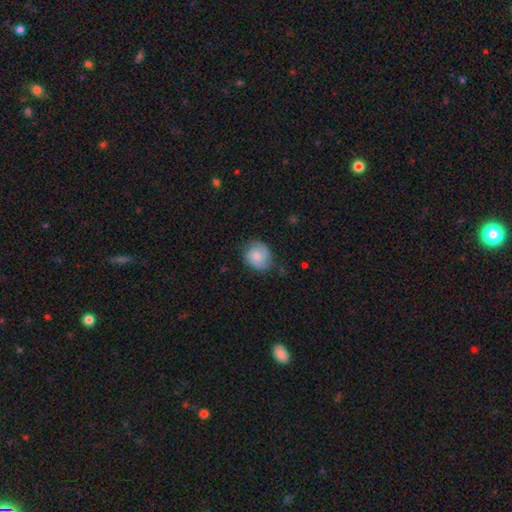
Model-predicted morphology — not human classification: smooth 64%, featured or disk 28%, star or artifact 8%. Down the decision tree: how rounded — round (70%); merging — none (66%).